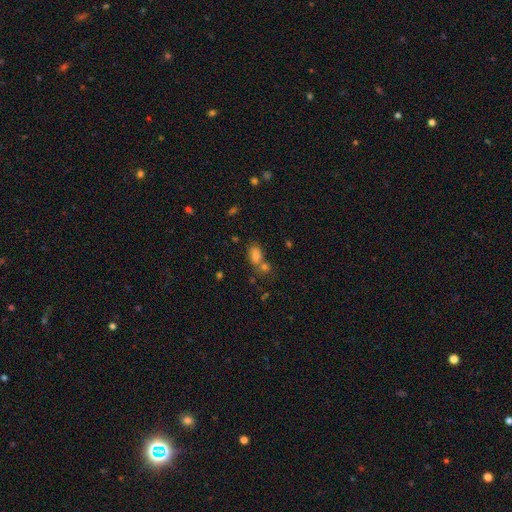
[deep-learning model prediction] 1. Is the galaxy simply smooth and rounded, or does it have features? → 75% smooth, 16% star or artifact, 10% featured or disk.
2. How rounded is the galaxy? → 83% in between, 15% round, 3% cigar-shaped.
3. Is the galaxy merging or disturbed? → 48% none, 36% merger, 12% minor disturbance, 5% major disturbance.